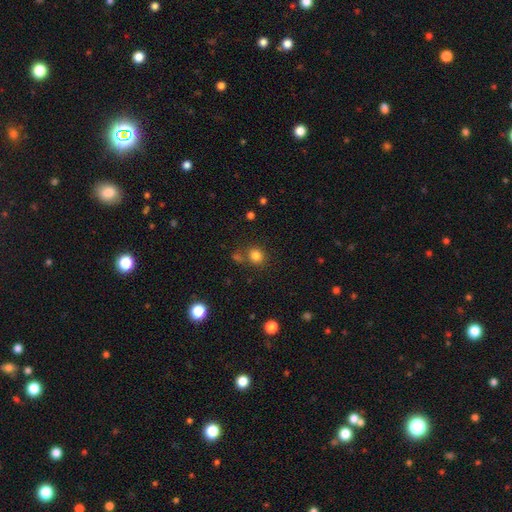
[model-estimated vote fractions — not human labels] The model was most divided on "merging": none: 74%, merger: 12%, minor disturbance: 10%, major disturbance: 4%. More confident: how rounded — round (84%); smooth or featured — smooth (81%).